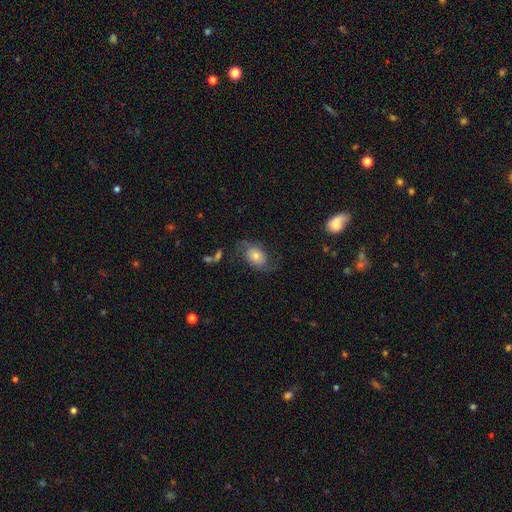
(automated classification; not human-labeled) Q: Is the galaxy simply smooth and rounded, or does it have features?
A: featured or disk — 48%.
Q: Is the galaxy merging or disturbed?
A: none — 64%.